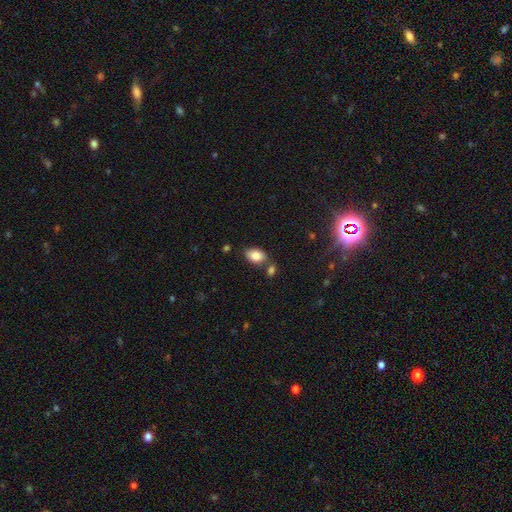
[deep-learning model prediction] Smooth or featured?
  - smooth: 85% *
  - star or artifact: 8%
  - featured or disk: 7%
How rounded?
  - in between: 88% *
  - round: 10%
  - cigar-shaped: 1%
Merging?
  - none: 68% *
  - merger: 15%
  - minor disturbance: 13%
  - major disturbance: 3%